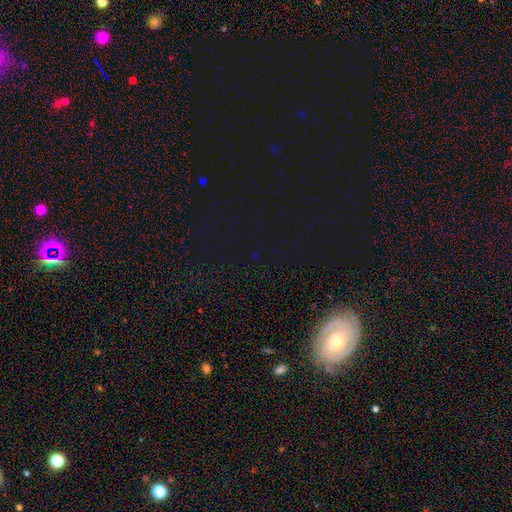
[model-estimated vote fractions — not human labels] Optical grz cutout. It shows a star or artifact, not a galaxy (76%).